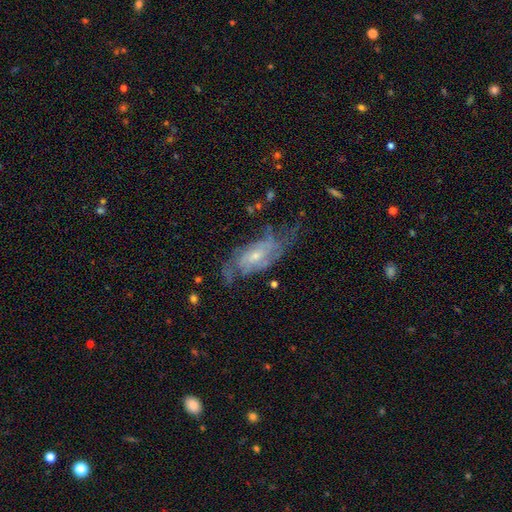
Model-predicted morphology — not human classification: smooth_or_featured: featured or disk (p=0.75) [alt: smooth p=0.17]
disk_edge_on: no (p=0.90) [alt: yes p=0.10]
bar: no (p=0.61) [alt: weak p=0.32]
has_spiral_arms: yes (p=0.83) [alt: no p=0.17]
spiral_winding: tight (p=0.40) [alt: medium p=0.39]
spiral_arm_count: can't tell (p=0.43) [alt: 2 p=0.33]
bulge_size: small (p=0.62) [alt: moderate p=0.32]
merging: none (p=0.49) [alt: minor disturbance p=0.26]